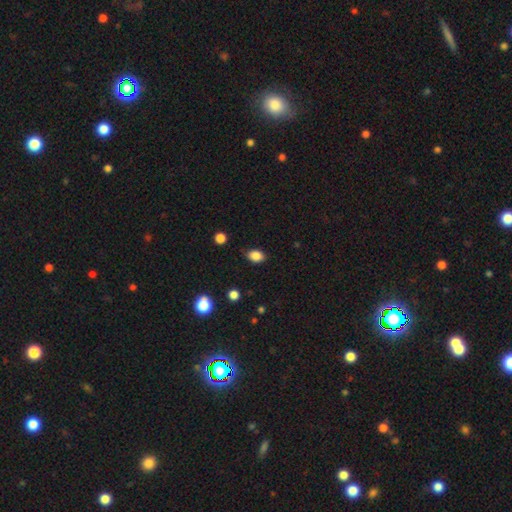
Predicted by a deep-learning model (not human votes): smooth 86%, star or artifact 10%, featured or disk 4%. Down the decision tree: how rounded — in between (75%); merging — none (82%).